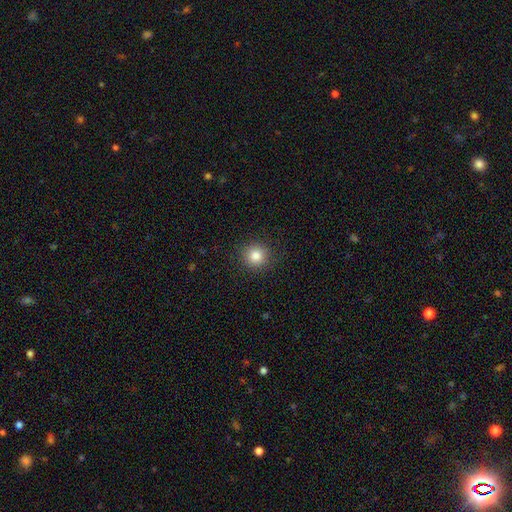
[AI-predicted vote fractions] Smooth or featured? smooth (84%)
How rounded? round (92%)
Merging? none (90%)